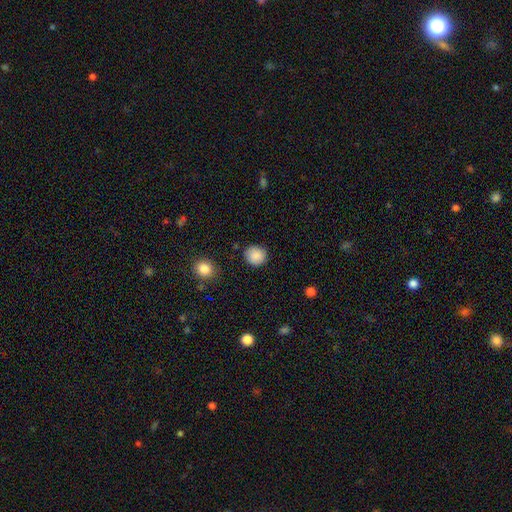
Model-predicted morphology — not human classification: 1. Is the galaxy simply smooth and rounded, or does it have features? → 88% smooth, 8% star or artifact, 4% featured or disk.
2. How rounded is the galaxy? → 91% round, 8% in between, 1% cigar-shaped.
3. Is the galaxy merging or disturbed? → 88% none, 8% minor disturbance, 2% major disturbance, 2% merger.